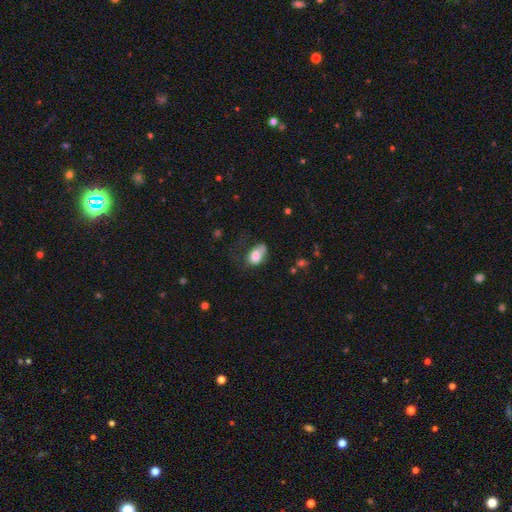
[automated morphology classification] Smooth or featured? Predicted: smooth (p=0.77). How rounded? Predicted: in between (p=0.87). Merging? Predicted: major disturbance (p=0.34).